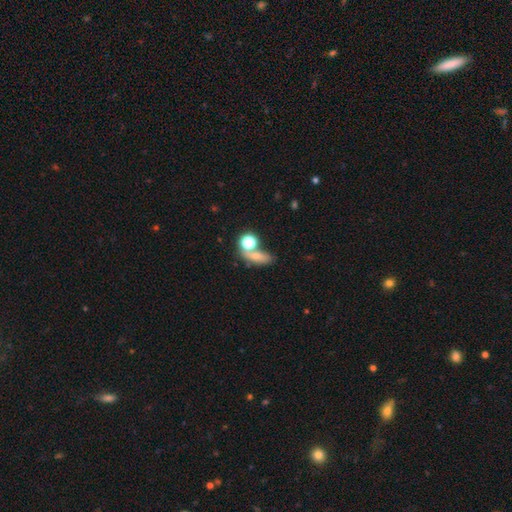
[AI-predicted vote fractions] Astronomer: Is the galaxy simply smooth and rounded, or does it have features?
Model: smooth — 63%.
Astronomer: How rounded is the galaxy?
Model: in between — 54% (runner-up: round, 32%).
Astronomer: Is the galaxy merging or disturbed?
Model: none — 40% (runner-up: merger, 36%).